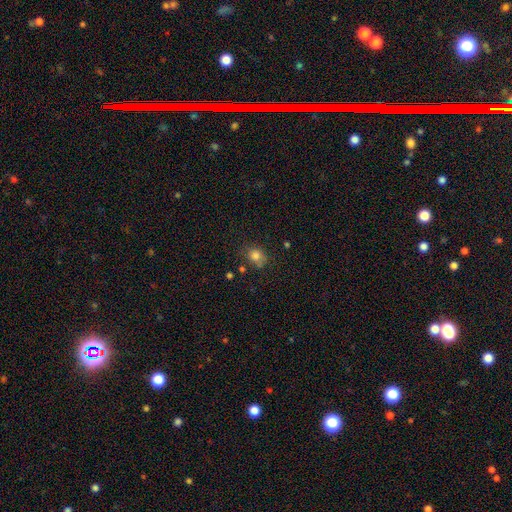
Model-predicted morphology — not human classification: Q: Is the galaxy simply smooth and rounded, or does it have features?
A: smooth — 80%.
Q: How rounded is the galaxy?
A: round — 61%.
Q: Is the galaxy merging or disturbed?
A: none — 66%.